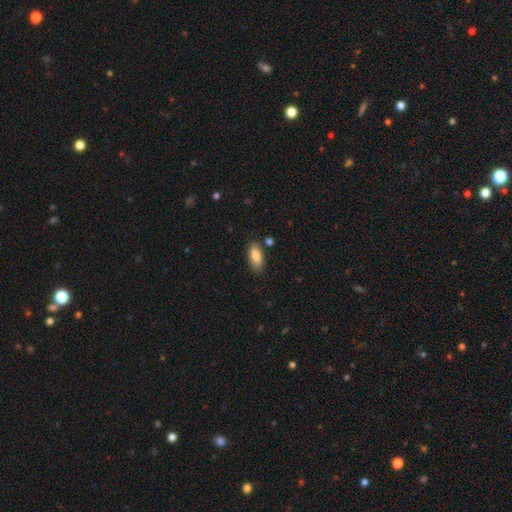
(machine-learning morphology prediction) smooth_or_featured: smooth (p=0.83) [alt: featured or disk p=0.10]
how_rounded: in between (p=0.82) [alt: cigar-shaped p=0.15]
merging: none (p=0.79) [alt: minor disturbance p=0.14]